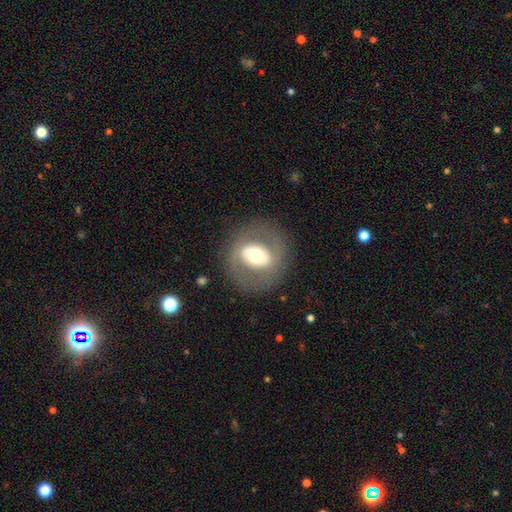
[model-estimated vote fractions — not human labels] This is possibly a featured or disk galaxy (53%). It is clearly not viewed edge-on (94%). Bar: possibly no (49%). Spiral arm pattern: likely no (74%). Central bulge: possibly moderate (58%). Merging: likely none (80%).